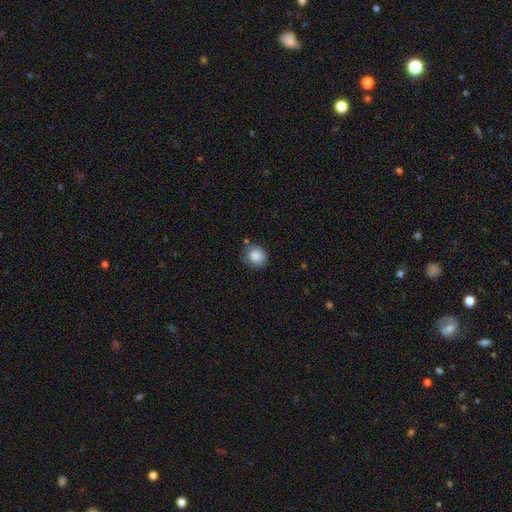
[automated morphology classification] Smooth or featured? Predicted: smooth (p=0.85). How rounded? Predicted: round (p=0.79). Merging? Predicted: none (p=0.69).